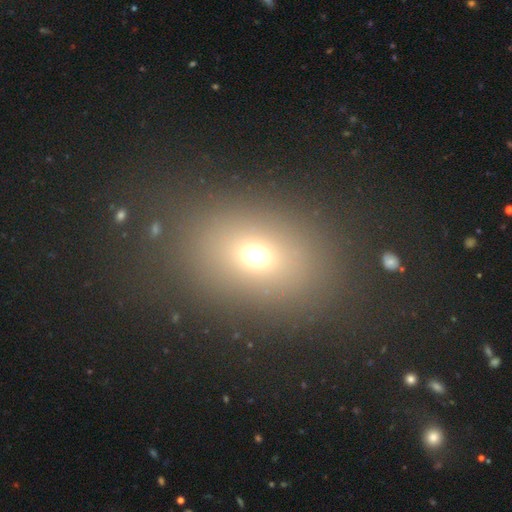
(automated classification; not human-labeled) Smooth or featured? smooth (67%)
How rounded? in between (61%)
Merging? none (81%)